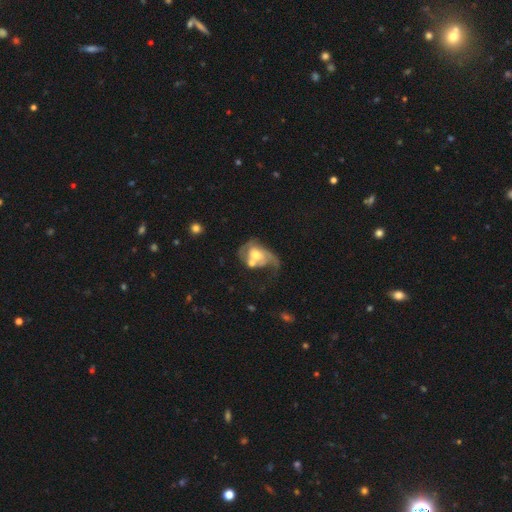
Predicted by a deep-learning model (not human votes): smooth-or-featured: featured or disk: 66% | smooth: 27% | star or artifact: 7%
  disk-edge-on: no: 97% | yes: 3%
    bar: no: 70% | weak: 25% | strong: 5%
    has-spiral-arms: yes: 73% | no: 27%
    bulge-size: moderate: 61% | small: 17% | large: 16% | none: 4% | dominant: 2%
  merging: merger: 36% | major disturbance: 32% | none: 18% | minor disturbance: 14%